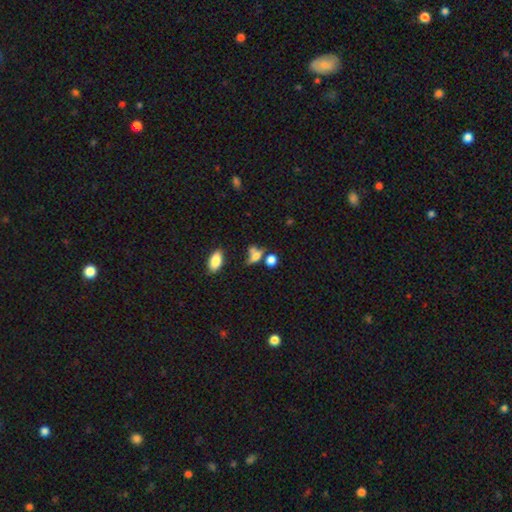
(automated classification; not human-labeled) Q: Smooth or featured?
A: smooth (70%); runner-up: featured or disk (15%)
Q: How rounded?
A: in between (53%); runner-up: round (38%)
Q: Merging?
A: none (41%); runner-up: merger (30%)